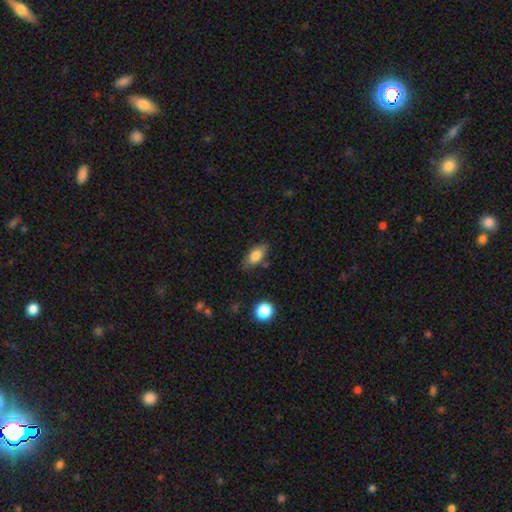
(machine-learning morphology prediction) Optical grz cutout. It shows a smooth galaxy with no disk features (80%) that is in between round and cigar-shaped (86%). Merging: none (75%).